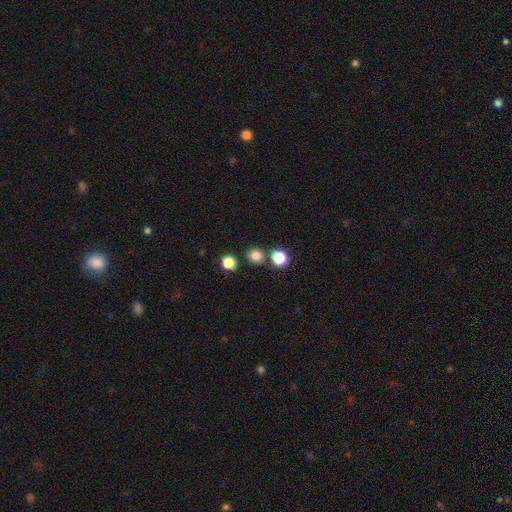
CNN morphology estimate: This appears to be a smooth galaxy with no disk features (80%) that is round (91%). Merging: none (80%).